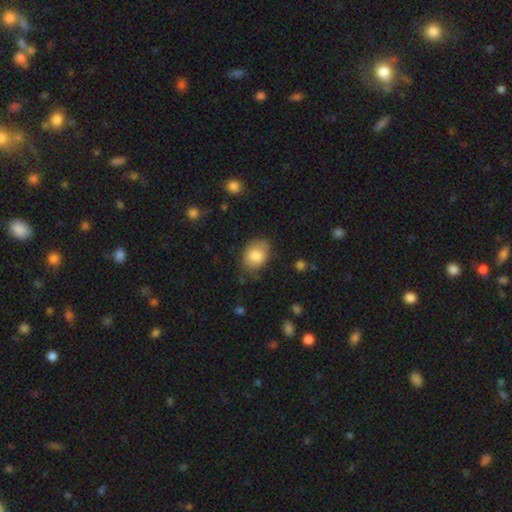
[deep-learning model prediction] smooth 82%, featured or disk 10%, star or artifact 8%. Down the decision tree: how rounded — in between (65%); merging — none (71%).